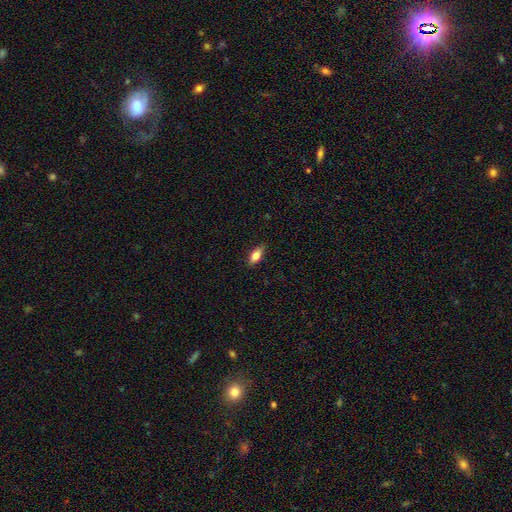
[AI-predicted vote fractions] Q: Smooth or featured?
A: smooth (76%); runner-up: featured or disk (16%)
Q: How rounded?
A: in between (82%); runner-up: cigar-shaped (15%)
Q: Merging?
A: none (85%); runner-up: minor disturbance (12%)